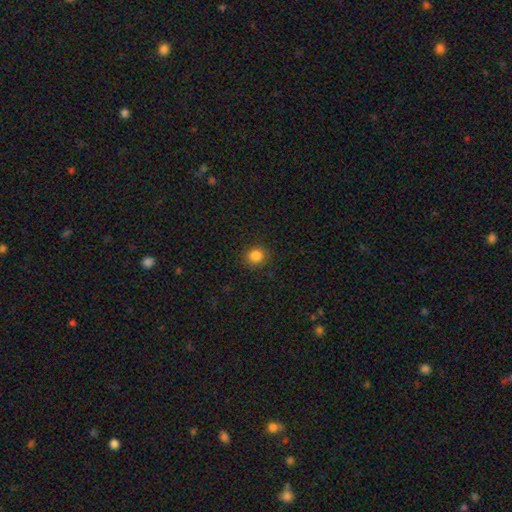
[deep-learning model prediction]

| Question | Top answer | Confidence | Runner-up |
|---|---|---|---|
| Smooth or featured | smooth | 85% | star or artifact (11%) |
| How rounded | round | 90% | in between (9%) |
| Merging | none | 89% | minor disturbance (7%) |